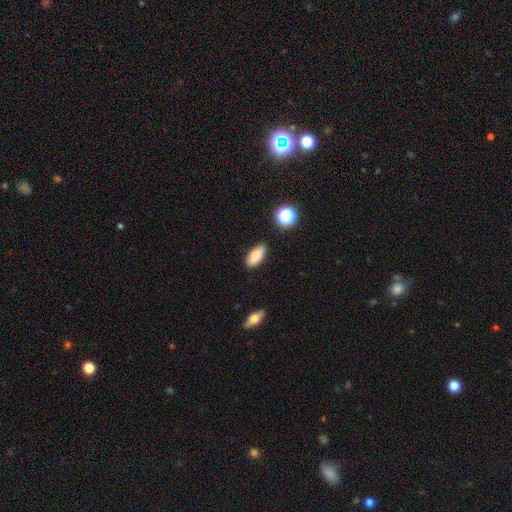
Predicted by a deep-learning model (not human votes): A smooth galaxy with no disk features (85%) that is in between round and cigar-shaped (90%).

Vote fractions:
- Smooth or featured? smooth: 85% / star or artifact: 8% / featured or disk: 7%
- How rounded? in between: 90% / cigar-shaped: 7% / round: 4%
- Merging? none: 83% / minor disturbance: 12% / major disturbance: 2% / merger: 2%